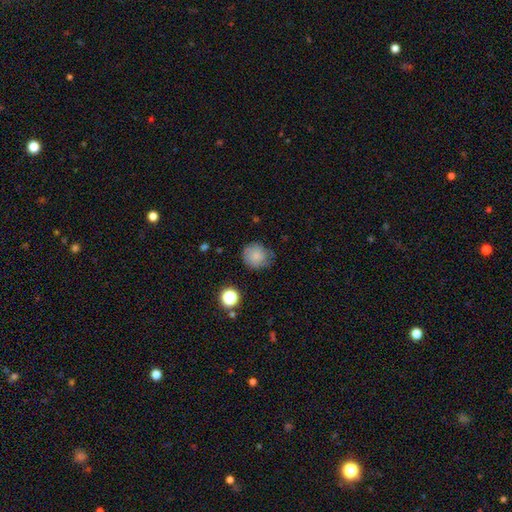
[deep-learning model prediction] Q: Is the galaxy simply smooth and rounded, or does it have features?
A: smooth — 78%.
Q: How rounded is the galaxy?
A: round — 84%.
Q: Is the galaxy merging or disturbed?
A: none — 65%.